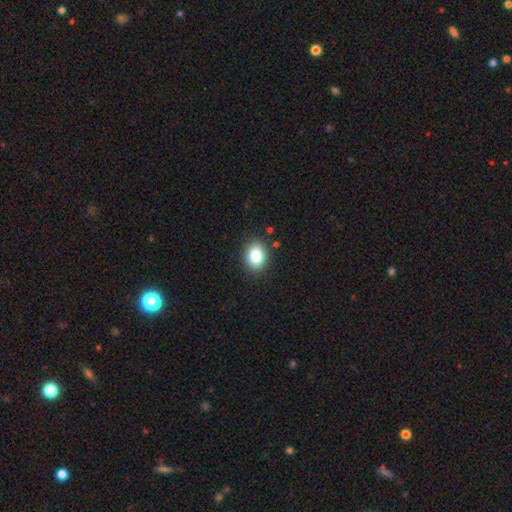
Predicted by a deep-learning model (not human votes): Q: Smooth or featured?
A: smooth (83%); runner-up: star or artifact (10%)
Q: How rounded?
A: in between (56%); runner-up: round (44%)
Q: Merging?
A: none (88%); runner-up: minor disturbance (8%)